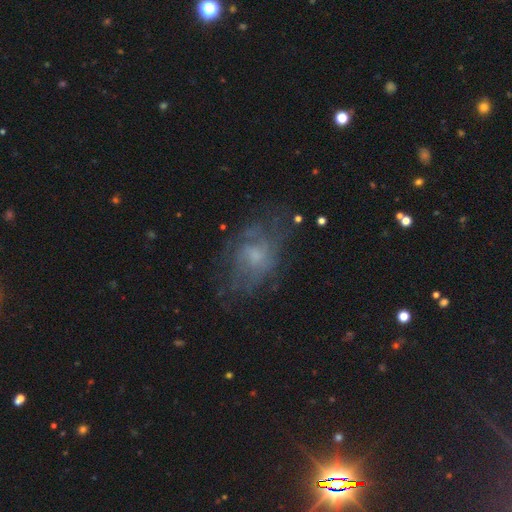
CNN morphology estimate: A featured or disk galaxy (57%) with no bar (73%), spiral arms (57%) and a small central bulge (44%). Merging: none (60%).